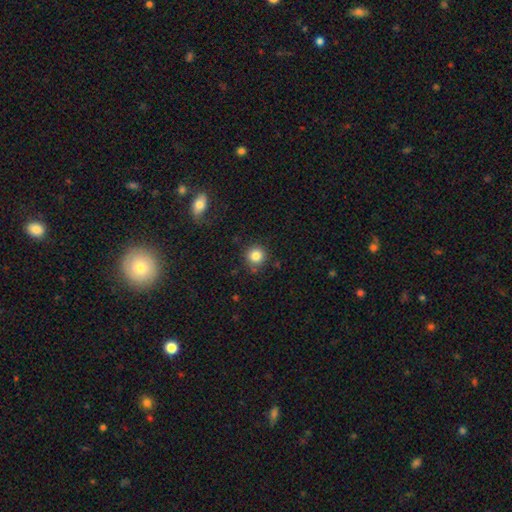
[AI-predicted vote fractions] smooth-or-featured: smooth: 84% | star or artifact: 11% | featured or disk: 5%
  how-rounded: round: 93% | in between: 6% | cigar-shaped: 1%
  merging: none: 86% | minor disturbance: 9% | major disturbance: 3% | merger: 3%